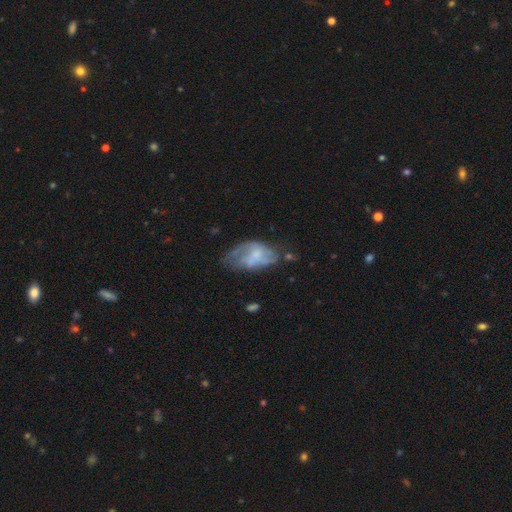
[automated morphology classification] This appears to be a featured or disk galaxy (56%) with no bar (72%), no spiral arms (51%) and a small central bulge (37%). Merging: none (35%).